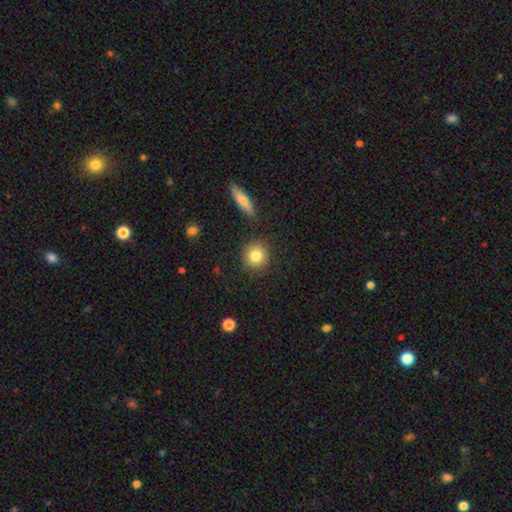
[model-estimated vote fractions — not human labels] smooth-or-featured: smooth: 83% | star or artifact: 8% | featured or disk: 8%
  how-rounded: round: 88% | in between: 10% | cigar-shaped: 1%
  merging: none: 87% | minor disturbance: 8% | merger: 3% | major disturbance: 2%